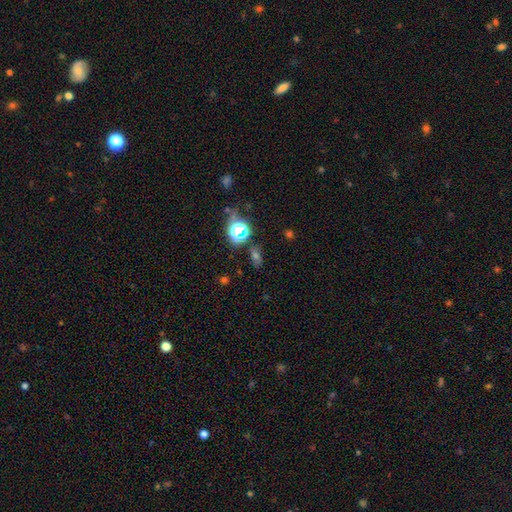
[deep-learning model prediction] This appears to be a star or artifact, not a galaxy (45%).